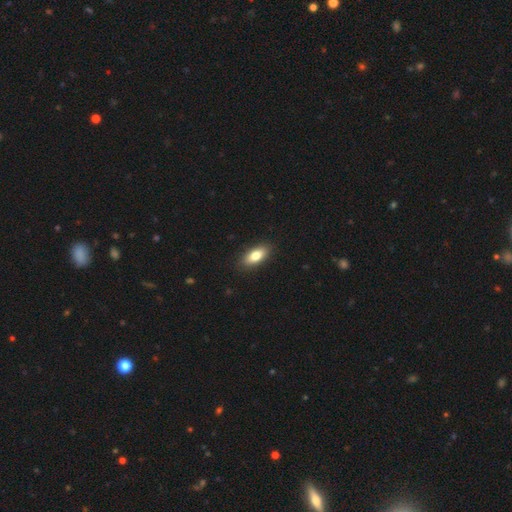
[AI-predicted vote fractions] smooth-or-featured: smooth: 81% | featured or disk: 12% | star or artifact: 7%
  how-rounded: in between: 85% | cigar-shaped: 12% | round: 3%
  merging: none: 89% | minor disturbance: 8% | major disturbance: 2% | merger: 1%